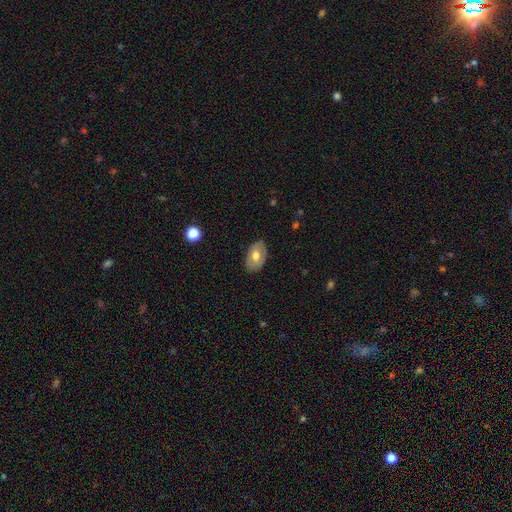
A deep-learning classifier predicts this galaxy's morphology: type=smooth (61%); roundness=in between (90%); merging=none (81%).